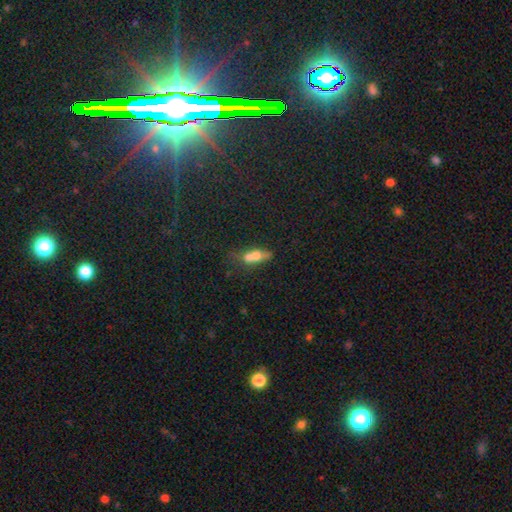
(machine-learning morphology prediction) This is possibly a smooth galaxy (57%). How rounded: possibly in between (58%). Merging: possibly merger (55%).